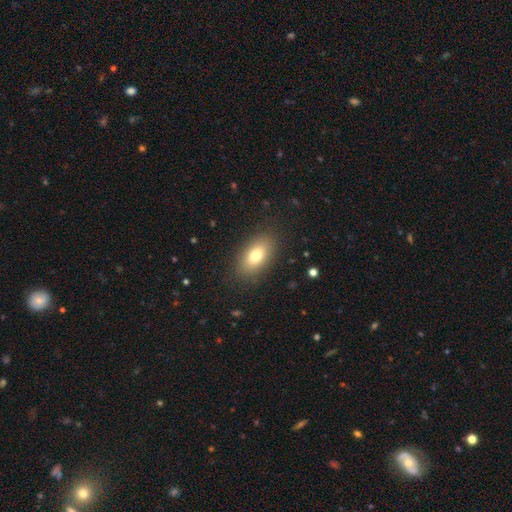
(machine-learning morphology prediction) A smooth galaxy with no disk features (75%) that is in between round and cigar-shaped (89%).

Vote fractions:
- Smooth or featured? smooth: 75% / featured or disk: 16% / star or artifact: 9%
- How rounded? in between: 89% / round: 7% / cigar-shaped: 4%
- Merging? none: 86% / minor disturbance: 10% / major disturbance: 4% / merger: 1%